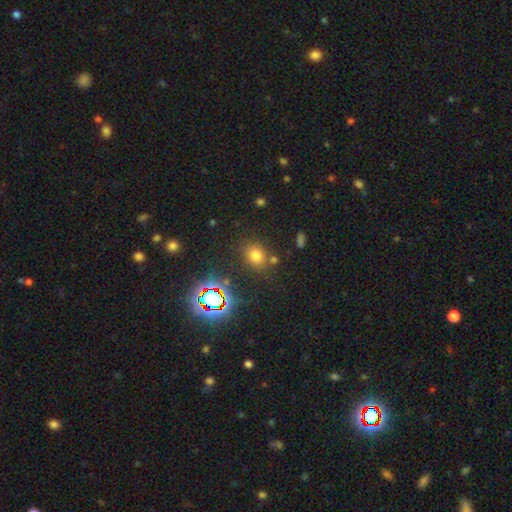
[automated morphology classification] Smooth or featured? Predicted: smooth (p=0.68). How rounded? Predicted: round (p=0.59). Merging? Predicted: none (p=0.78).